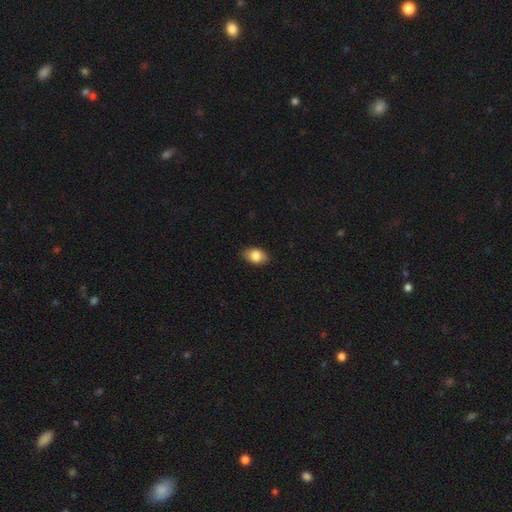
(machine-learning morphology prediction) A smooth galaxy with no disk features (84%) that is in between round and cigar-shaped (84%).

Vote fractions:
- Smooth or featured? smooth: 84% / star or artifact: 8% / featured or disk: 8%
- How rounded? in between: 84% / round: 14% / cigar-shaped: 1%
- Merging? none: 87% / minor disturbance: 10% / major disturbance: 2% / merger: 1%